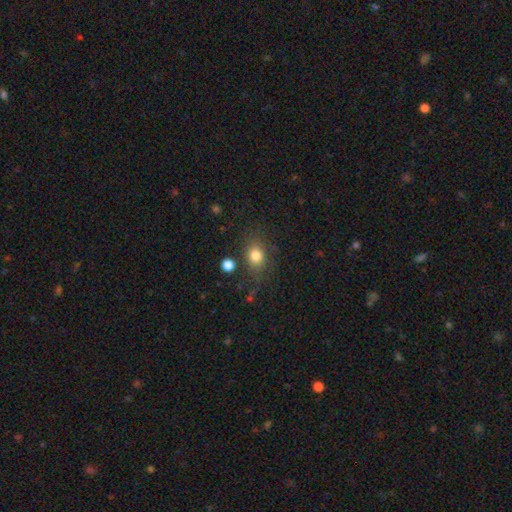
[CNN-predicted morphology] This is likely a smooth galaxy (80%). How rounded: possibly in between (53%). Merging: likely none (73%).